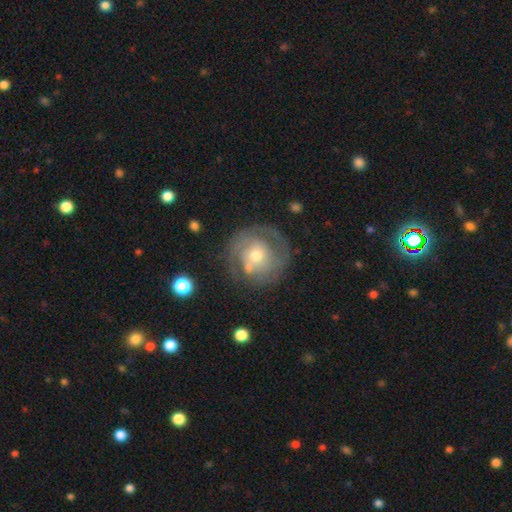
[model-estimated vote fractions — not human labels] Overall: featured or disk (70%). Edge-on disk: no (97%). Bar: no (75%). Spiral arms: yes (80%). Spiral arm count: 2 (45%; can't tell 30%). Spiral winding: tight (58%; medium 30%). Bulge size: moderate (59%; small 34%). Merging: none (68%).